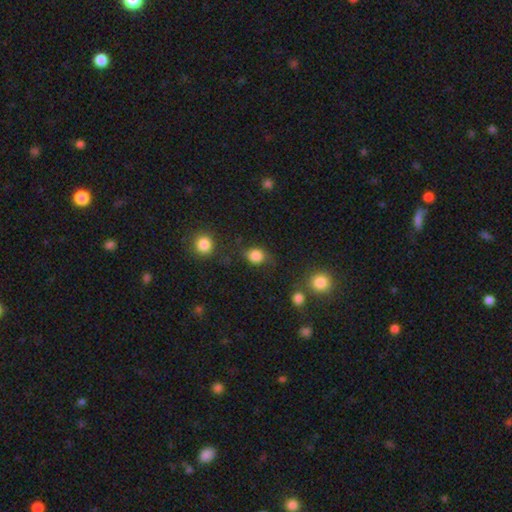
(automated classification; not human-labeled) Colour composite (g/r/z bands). It shows a smooth galaxy with no disk features (83%) that is round (68%). Merging: none (65%).